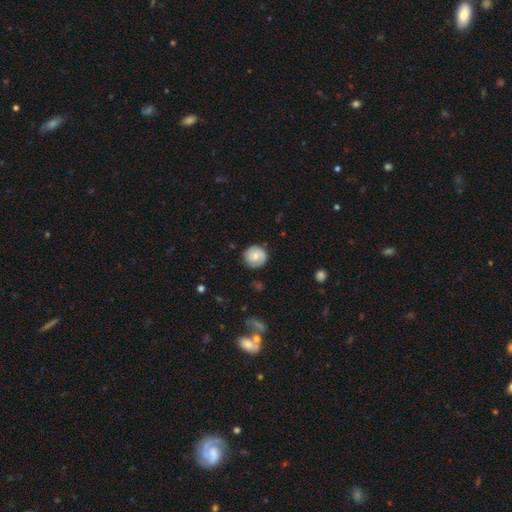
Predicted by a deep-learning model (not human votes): smooth-or-featured: smooth: 64% | featured or disk: 29% | star or artifact: 8%
  how-rounded: round: 92% | in between: 7% | cigar-shaped: 1%
  merging: none: 82% | minor disturbance: 14% | major disturbance: 3% | merger: 1%